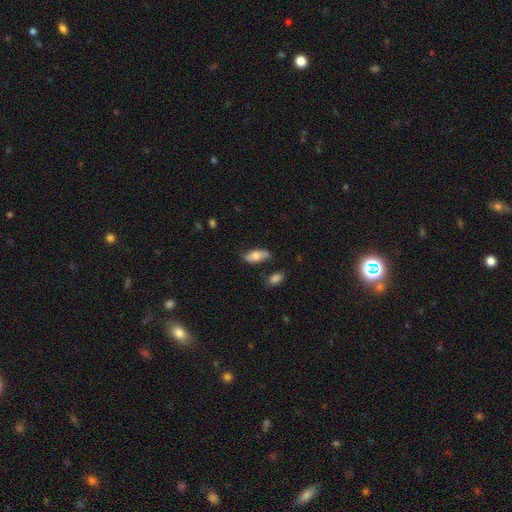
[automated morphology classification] A smooth galaxy with no disk features (71%) that is in between round and cigar-shaped (87%). Merging: none (69%).